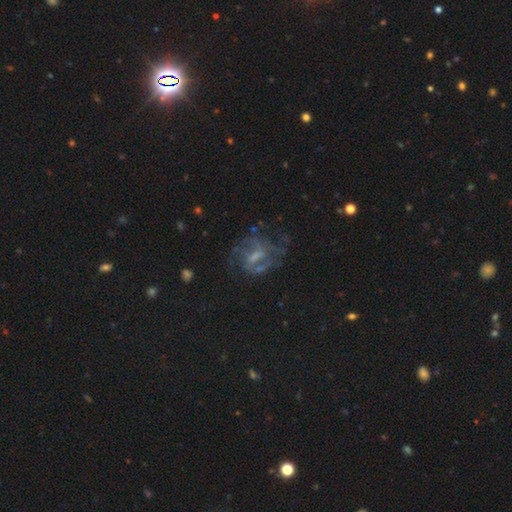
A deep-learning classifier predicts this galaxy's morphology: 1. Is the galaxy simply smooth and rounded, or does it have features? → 71% featured or disk, 16% smooth, 13% star or artifact.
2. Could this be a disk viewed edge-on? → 97% no, 3% yes.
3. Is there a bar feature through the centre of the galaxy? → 50% weak, 28% no, 22% strong.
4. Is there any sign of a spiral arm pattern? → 77% yes, 23% no.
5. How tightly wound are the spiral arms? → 47% medium, 28% tight, 26% loose.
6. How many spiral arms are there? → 42% 2, 33% can't tell, 12% 3, 6% 1, 4% 4, 4% more than 4.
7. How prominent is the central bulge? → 34% small, 31% moderate, 29% none, 5% large, 1% dominant.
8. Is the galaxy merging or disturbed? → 54% none, 23% major disturbance, 19% minor disturbance, 4% merger.